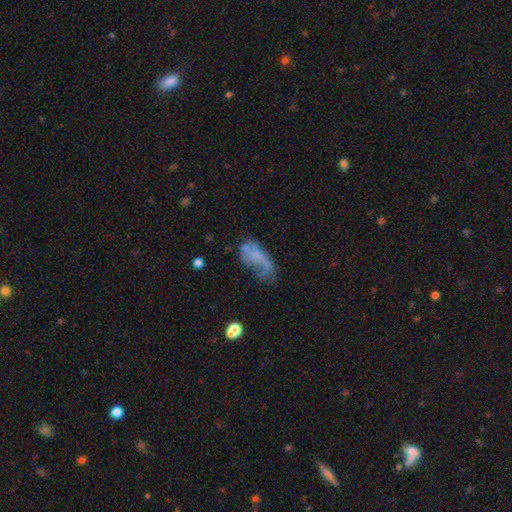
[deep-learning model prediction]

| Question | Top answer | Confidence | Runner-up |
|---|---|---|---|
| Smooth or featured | smooth | 51% | featured or disk (37%) |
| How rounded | in between | 84% | cigar-shaped (12%) |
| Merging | major disturbance | 34% | none (29%) |